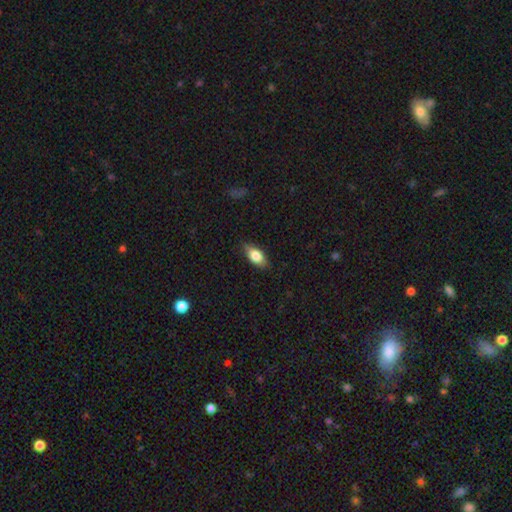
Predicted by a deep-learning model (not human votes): A smooth galaxy with no disk features (80%) that is in between round and cigar-shaped (87%).

Vote fractions:
- Smooth or featured? smooth: 80% / featured or disk: 13% / star or artifact: 7%
- How rounded? in between: 87% / cigar-shaped: 8% / round: 5%
- Merging? none: 82% / minor disturbance: 15% / major disturbance: 3% / merger: 1%